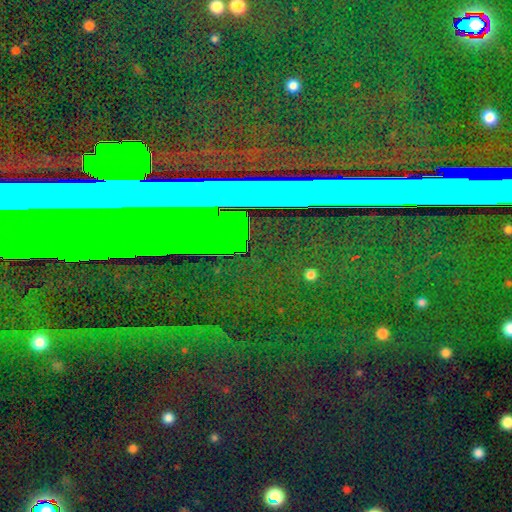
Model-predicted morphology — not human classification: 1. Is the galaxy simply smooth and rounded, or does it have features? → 86% star or artifact, 7% featured or disk, 6% smooth.